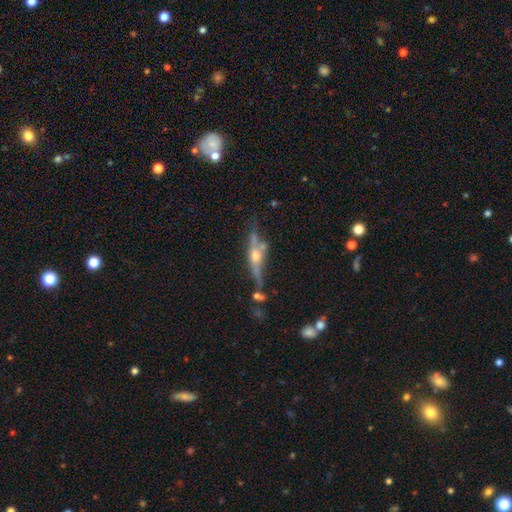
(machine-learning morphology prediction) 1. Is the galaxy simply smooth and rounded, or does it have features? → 77% featured or disk, 13% smooth, 10% star or artifact.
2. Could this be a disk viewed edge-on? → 92% yes, 8% no.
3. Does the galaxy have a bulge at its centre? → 91% rounded, 5% boxy, 4% none.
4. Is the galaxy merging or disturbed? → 68% none, 17% minor disturbance, 8% merger, 7% major disturbance.